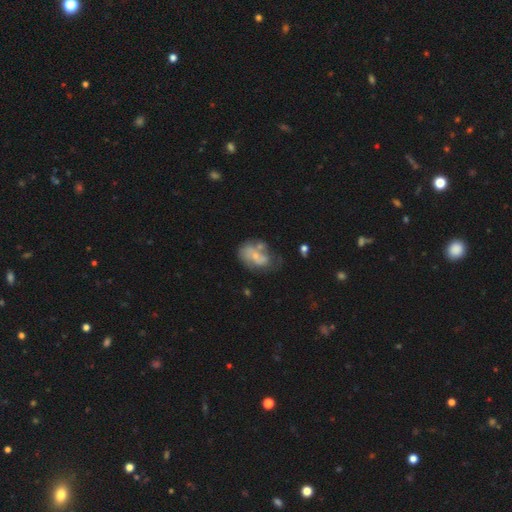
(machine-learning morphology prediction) type=featured or disk (53%); edge-on=no (97%); bar=no (76%); spiral arms=no (56%); bulge=small (66%); merging=none (31%).